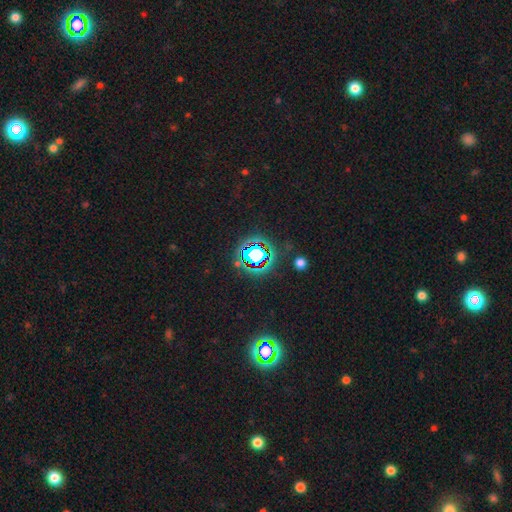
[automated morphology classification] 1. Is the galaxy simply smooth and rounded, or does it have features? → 70% star or artifact, 18% smooth, 12% featured or disk.